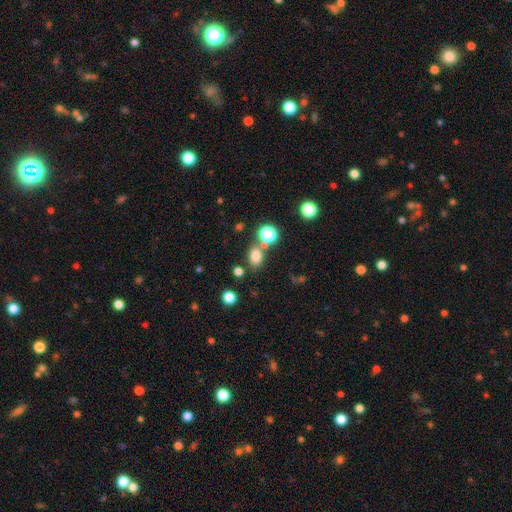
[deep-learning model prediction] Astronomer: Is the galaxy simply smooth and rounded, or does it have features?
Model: smooth — 76%.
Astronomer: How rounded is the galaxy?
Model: in between — 65%.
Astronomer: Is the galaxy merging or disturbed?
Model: none — 67%.